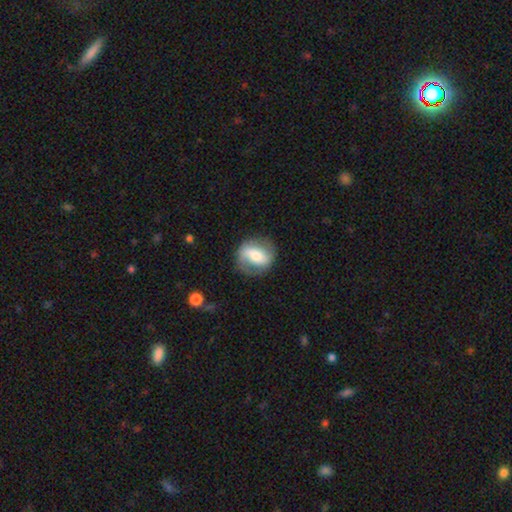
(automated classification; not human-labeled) Q: Smooth or featured?
A: featured or disk (55%); runner-up: smooth (38%)
Q: Edge-on disk?
A: no (95%); runner-up: yes (5%)
Q: Bar?
A: strong (41%); runner-up: weak (34%)
Q: Spiral arms?
A: yes (75%); runner-up: no (25%)
Q: Bulge size?
A: moderate (49%); runner-up: small (28%)
Q: Merging?
A: none (72%); runner-up: minor disturbance (17%)